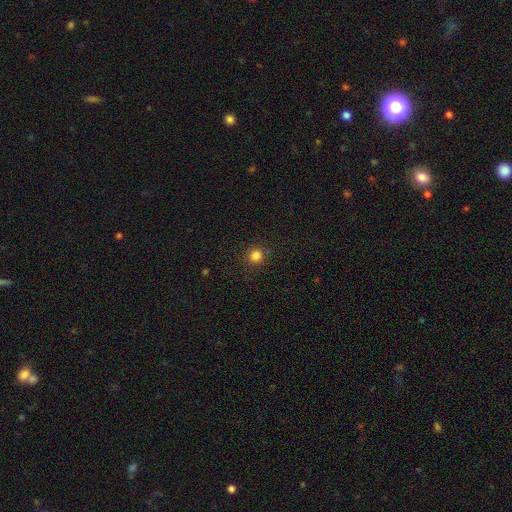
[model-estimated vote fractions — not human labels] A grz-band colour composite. It shows a smooth galaxy with no disk features (83%) that is round (93%). Merging: none (90%).